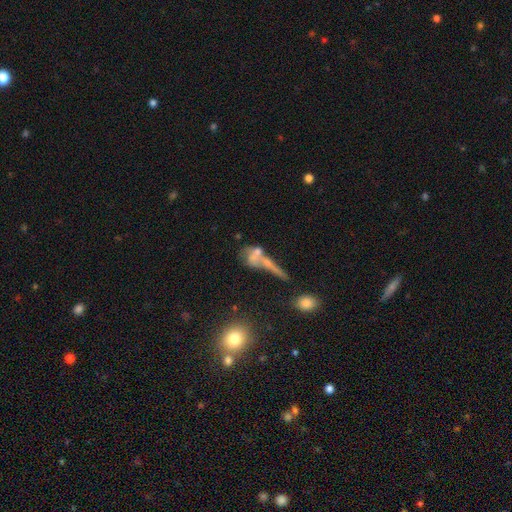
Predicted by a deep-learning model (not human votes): smooth 48%, featured or disk 37%, star or artifact 15%. Down the decision tree: merging — merger (48%).